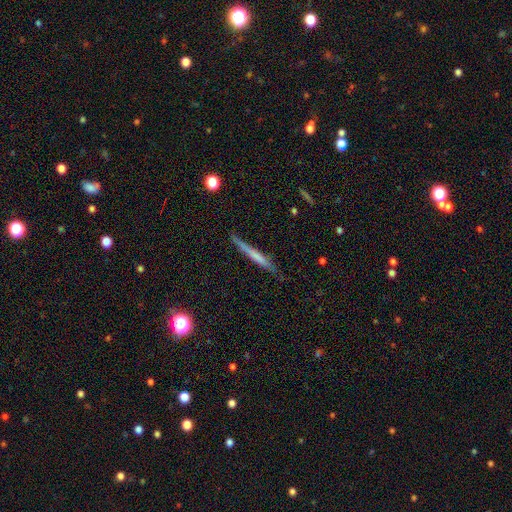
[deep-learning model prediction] smooth 50%, featured or disk 43%, star or artifact 7%. Down the decision tree: how rounded — cigar-shaped (96%); merging — none (82%).